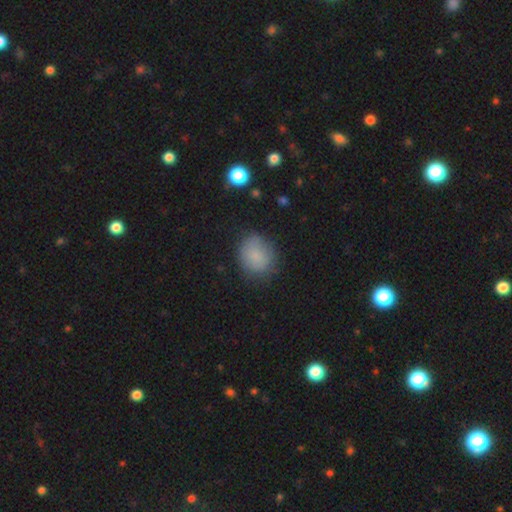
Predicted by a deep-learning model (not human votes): Smooth or featured? Predicted: smooth (p=0.82). How rounded? Predicted: round (p=0.62). Merging? Predicted: none (p=0.73).